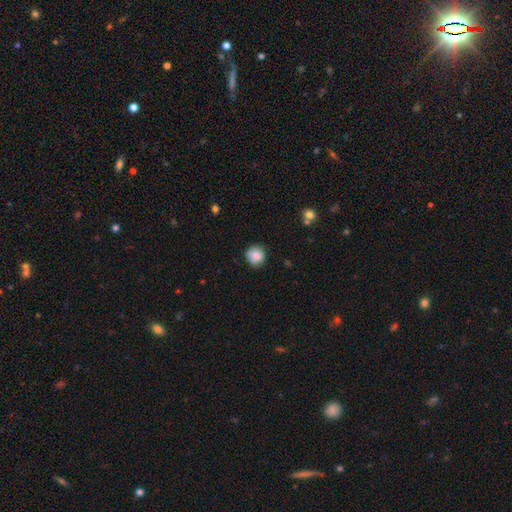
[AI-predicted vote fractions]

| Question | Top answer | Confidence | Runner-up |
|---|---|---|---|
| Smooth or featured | smooth | 84% | star or artifact (8%) |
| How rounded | round | 89% | in between (10%) |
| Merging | none | 81% | minor disturbance (15%) |